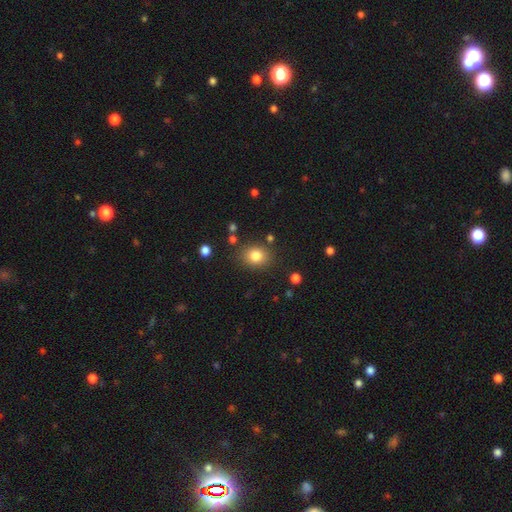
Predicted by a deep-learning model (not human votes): A smooth galaxy with no disk features (81%) that is round (58%).

Vote fractions:
- Smooth or featured? smooth: 81% / star or artifact: 11% / featured or disk: 8%
- How rounded? round: 58% / in between: 41% / cigar-shaped: 1%
- Merging? none: 83% / minor disturbance: 10% / major disturbance: 3% / merger: 3%